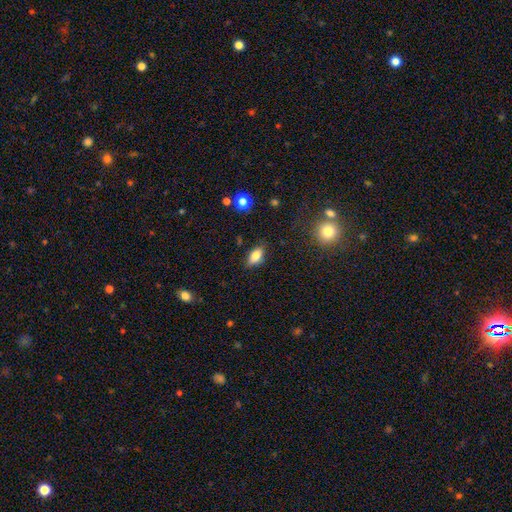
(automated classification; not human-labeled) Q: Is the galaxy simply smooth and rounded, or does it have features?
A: smooth — 80%.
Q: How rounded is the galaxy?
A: in between — 87%.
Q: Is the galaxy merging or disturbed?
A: none — 80%.